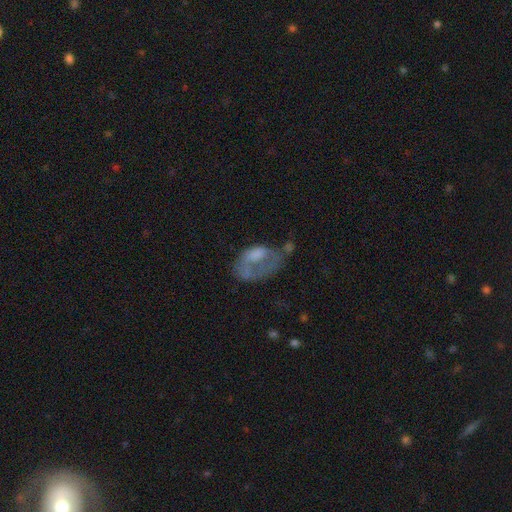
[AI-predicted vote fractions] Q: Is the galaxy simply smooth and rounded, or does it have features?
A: featured or disk — 48%.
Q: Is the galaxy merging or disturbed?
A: major disturbance — 46%.